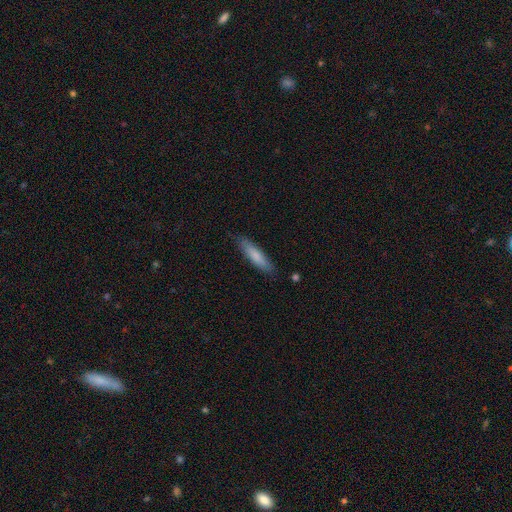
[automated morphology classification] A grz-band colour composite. It shows a smooth galaxy with no disk features (79%) that is cigar-shaped (77%). Merging: none (82%).